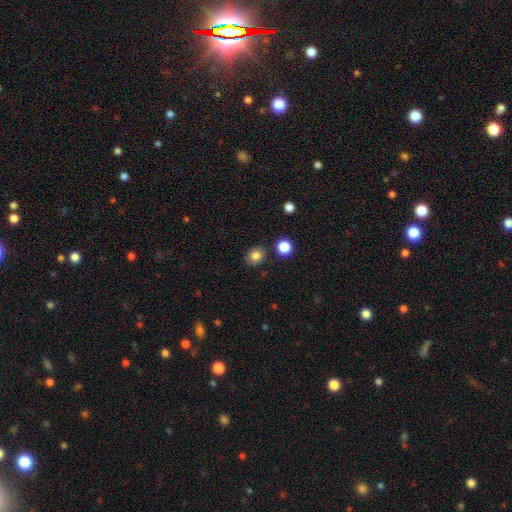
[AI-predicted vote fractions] Smooth or featured? smooth (82%)
How rounded? round (67%)
Merging? none (82%)